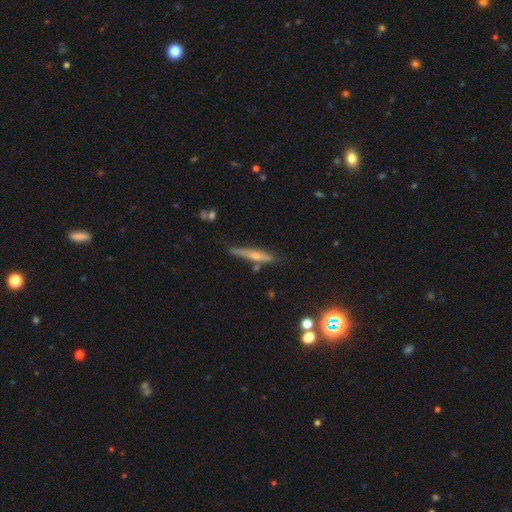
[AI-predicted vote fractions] featured or disk 52%, smooth 39%, star or artifact 9%. Down the decision tree: edge-on disk — yes (94%); merging — none (74%).